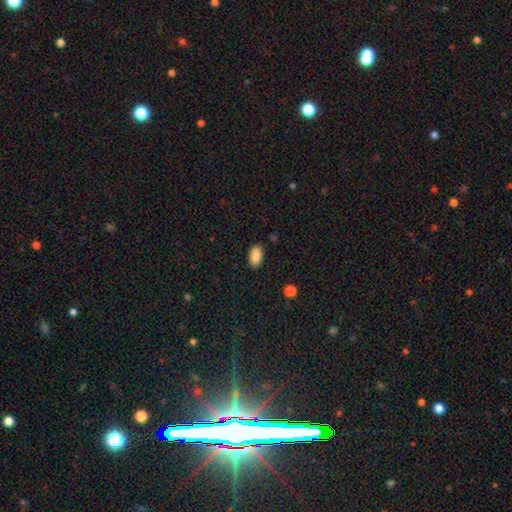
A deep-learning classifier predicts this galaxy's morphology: A smooth galaxy with no disk features (87%) that is in between round and cigar-shaped (94%).

Vote fractions:
- Smooth or featured? smooth: 87% / star or artifact: 8% / featured or disk: 5%
- How rounded? in between: 94% / round: 3% / cigar-shaped: 3%
- Merging? none: 88% / minor disturbance: 9% / major disturbance: 2% / merger: 1%